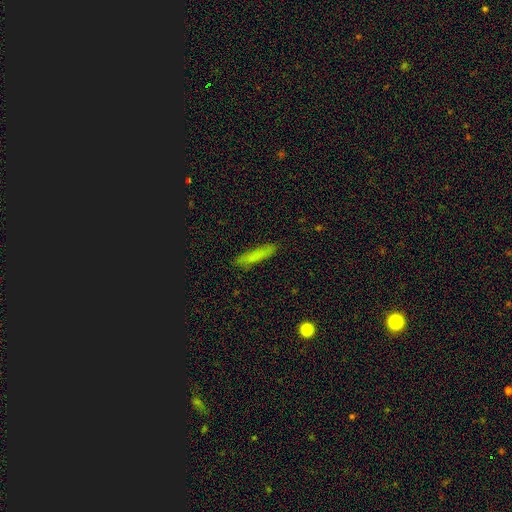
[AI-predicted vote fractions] Morphology: type=smooth (77%); roundness=cigar-shaped (86%); merging=none (84%).